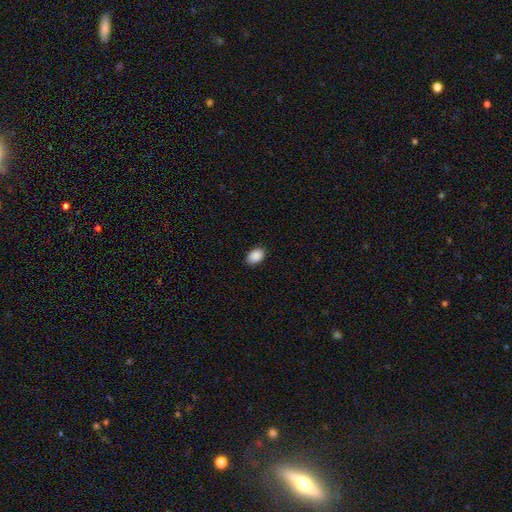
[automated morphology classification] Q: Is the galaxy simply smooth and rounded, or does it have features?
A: smooth — 90%.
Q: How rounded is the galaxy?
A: in between — 85%.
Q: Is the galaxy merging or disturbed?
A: none — 88%.